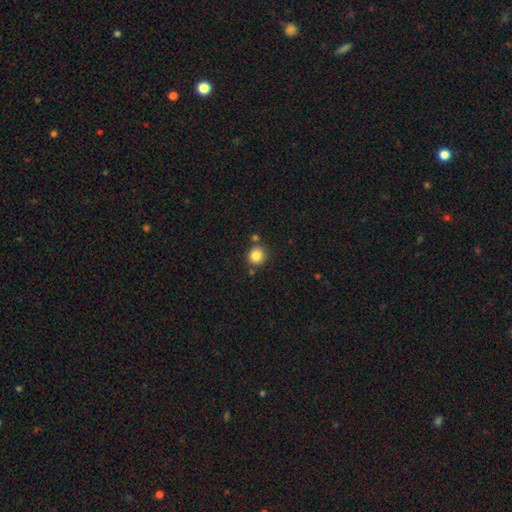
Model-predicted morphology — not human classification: Smooth or featured?
  - smooth: 84% *
  - star or artifact: 10%
  - featured or disk: 5%
How rounded?
  - round: 88% *
  - in between: 11%
  - cigar-shaped: 1%
Merging?
  - none: 80% *
  - minor disturbance: 9%
  - merger: 9%
  - major disturbance: 3%